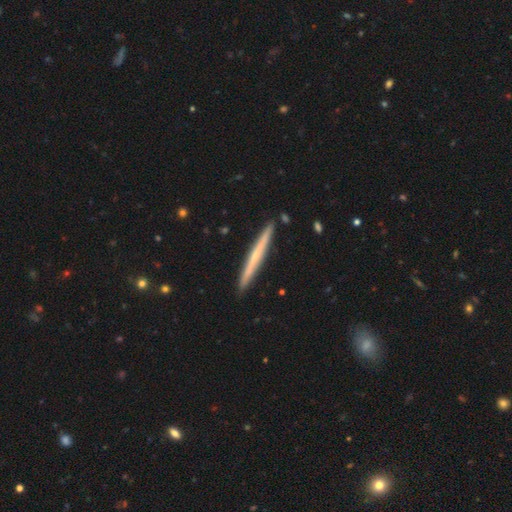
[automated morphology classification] A featured or disk galaxy (52%) viewed edge-on (97%) with no central bulge (68%). Merging: none (92%).